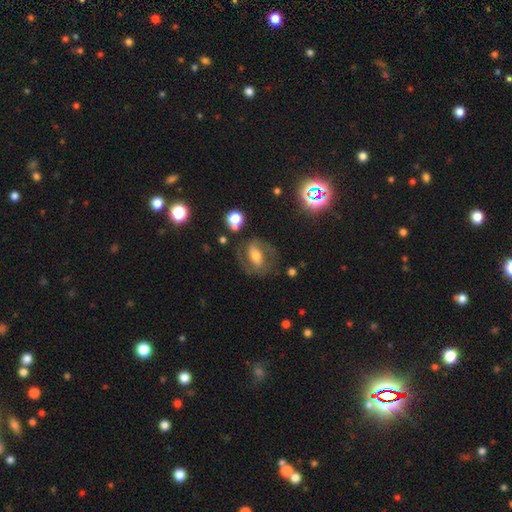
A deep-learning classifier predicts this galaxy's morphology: A featured or disk galaxy (63%) with a strong bar (43%), spiral arms (70%) and a moderate central bulge (57%). Merging: none (66%).